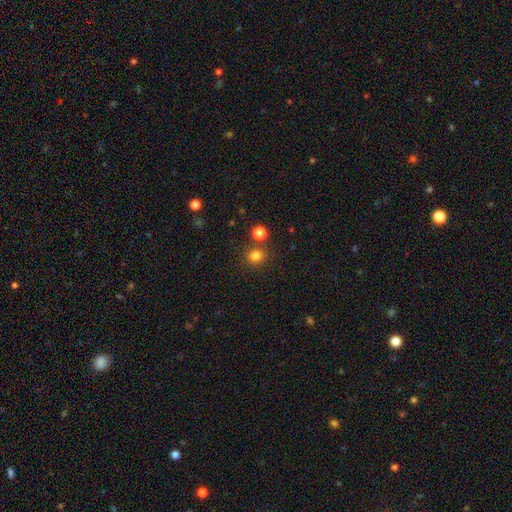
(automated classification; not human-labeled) Smooth or featured? smooth (80%)
How rounded? round (86%)
Merging? none (80%)